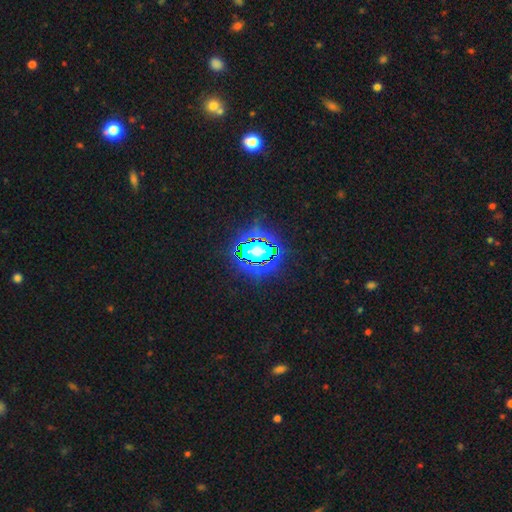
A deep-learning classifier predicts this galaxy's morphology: This is clearly a star or artifact rather than a galaxy (82%).